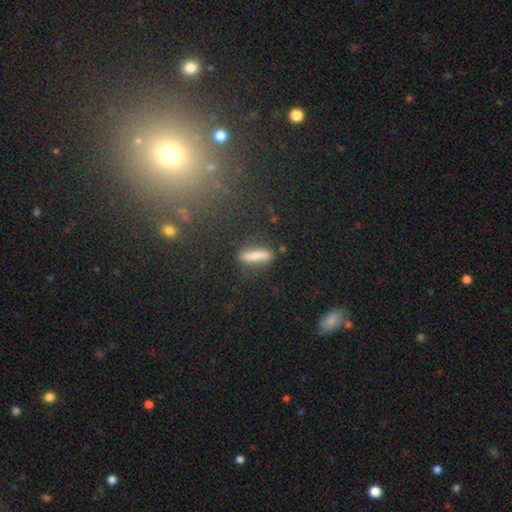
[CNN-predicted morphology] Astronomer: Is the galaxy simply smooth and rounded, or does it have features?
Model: smooth — 68%.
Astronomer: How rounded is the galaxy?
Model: cigar-shaped — 74%.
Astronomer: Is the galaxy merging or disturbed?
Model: none — 78%.